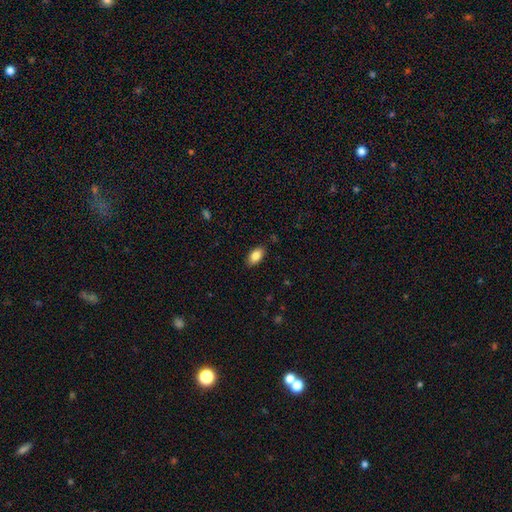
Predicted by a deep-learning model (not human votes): smooth 85%, star or artifact 7%, featured or disk 7%. Down the decision tree: how rounded — in between (93%); merging — none (87%).